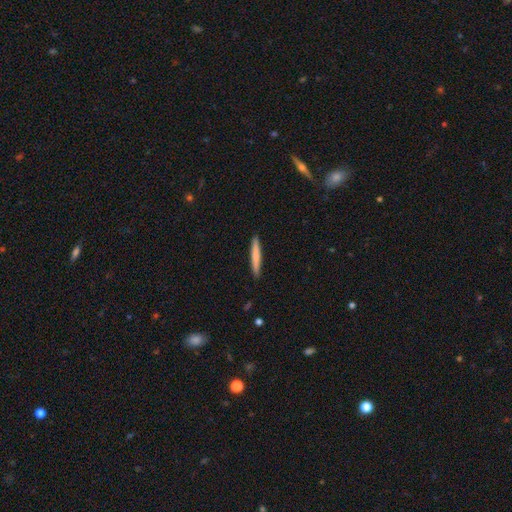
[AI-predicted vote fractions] Overall: smooth (75%). How rounded: cigar-shaped (96%). Merging: none (92%).